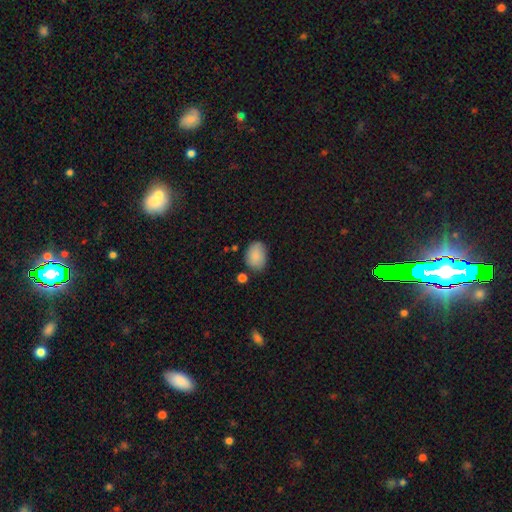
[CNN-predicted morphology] Overall: smooth (88%). How rounded: in between (75%). Merging: none (74%).